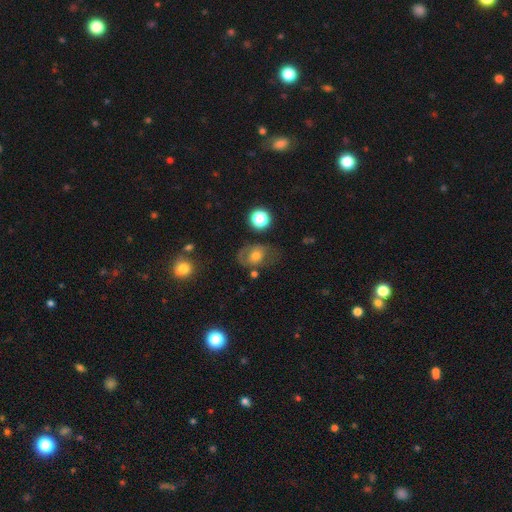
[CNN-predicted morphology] Smooth or featured? smooth (54%)
How rounded? in between (58%)
Merging? none (49%)